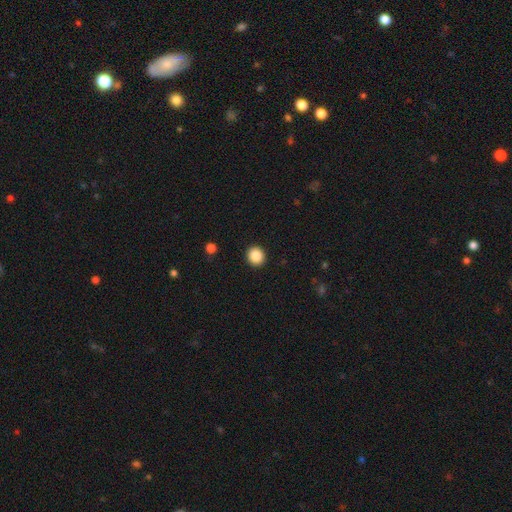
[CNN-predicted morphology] Smooth or featured? smooth (87%)
How rounded? round (89%)
Merging? none (93%)